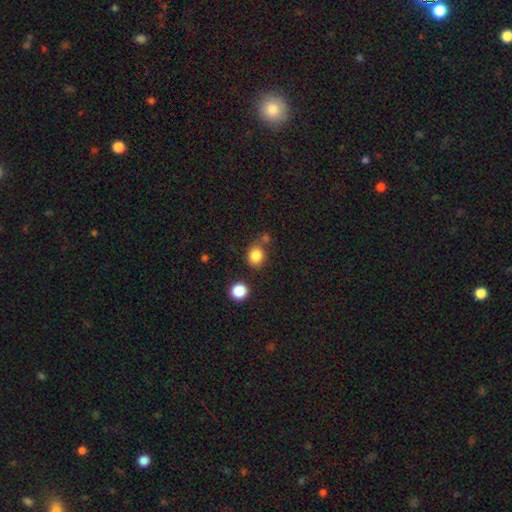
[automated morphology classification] This is clearly a smooth galaxy (84%). How rounded: likely round (70%). Merging: likely none (70%).